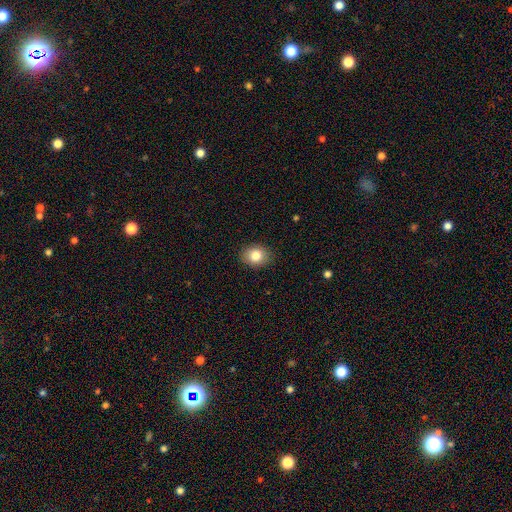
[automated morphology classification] Smooth or featured?
  - smooth: 83% *
  - star or artifact: 10%
  - featured or disk: 8%
How rounded?
  - round: 53% *
  - in between: 46%
  - cigar-shaped: 1%
Merging?
  - none: 89% *
  - minor disturbance: 8%
  - major disturbance: 2%
  - merger: 1%